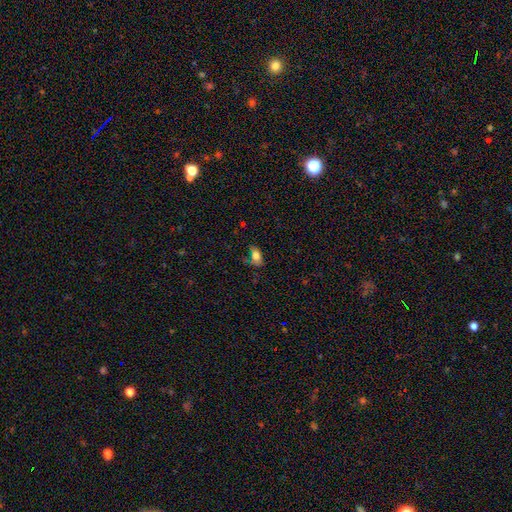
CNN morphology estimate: Smooth or featured? smooth (77%)
How rounded? in between (85%)
Merging? none (56%)